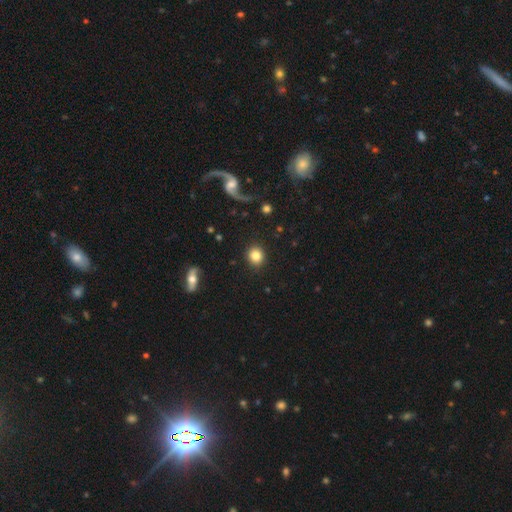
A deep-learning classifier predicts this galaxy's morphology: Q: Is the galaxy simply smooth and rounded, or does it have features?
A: smooth — 83%.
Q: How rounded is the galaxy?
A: round — 82%.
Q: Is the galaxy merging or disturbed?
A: none — 89%.